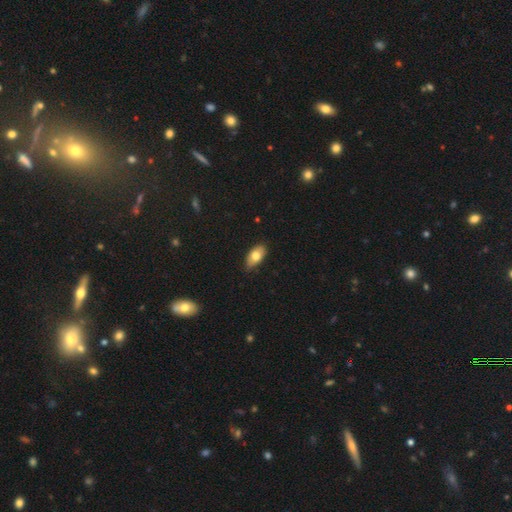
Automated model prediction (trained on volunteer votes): The model was most divided on "merging": none: 74%, minor disturbance: 22%, major disturbance: 3%, merger: 1%. More confident: how rounded — in between (91%); smooth or featured — smooth (75%).